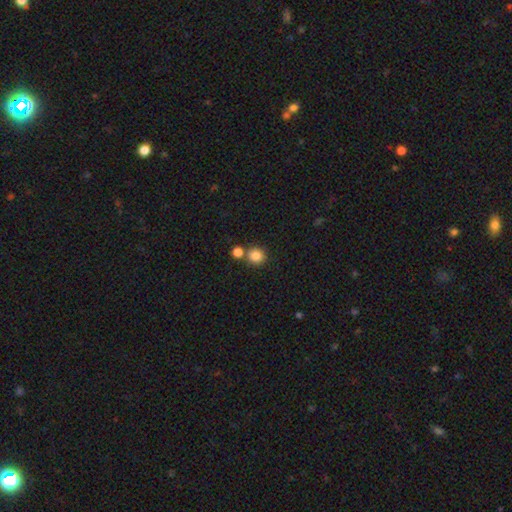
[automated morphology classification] A smooth galaxy with no disk features (84%) that is round (89%).

Vote fractions:
- Smooth or featured? smooth: 84% / star or artifact: 11% / featured or disk: 5%
- How rounded? round: 89% / in between: 10% / cigar-shaped: 1%
- Merging? none: 71% / merger: 19% / minor disturbance: 8% / major disturbance: 3%